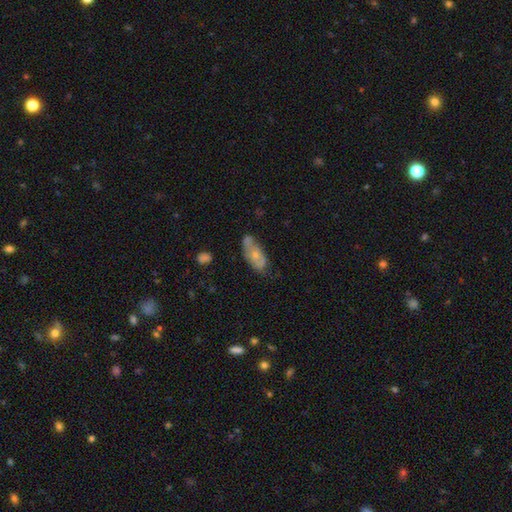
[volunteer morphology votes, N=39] Smooth or featured? 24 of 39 (62%) said smooth. How rounded? 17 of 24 (71%) said in between. Merging? 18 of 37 (49%) said none.